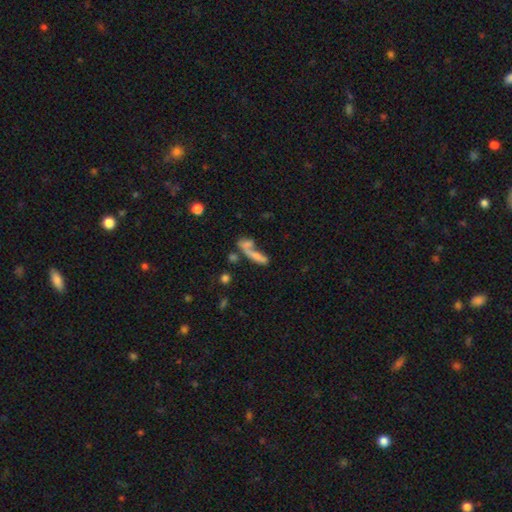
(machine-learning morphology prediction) A smooth galaxy with no disk features (65%) that is cigar-shaped (65%).

Vote fractions:
- Smooth or featured? smooth: 65% / featured or disk: 23% / star or artifact: 12%
- How rounded? cigar-shaped: 65% / in between: 30% / round: 5%
- Merging? merger: 51% / none: 30% / minor disturbance: 9% / major disturbance: 9%